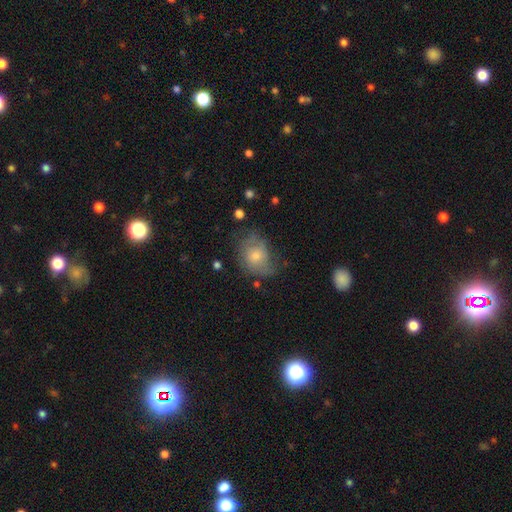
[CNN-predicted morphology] Smooth or featured? Predicted: smooth (p=0.56). How rounded? Predicted: in between (p=0.54). Merging? Predicted: none (p=0.46).